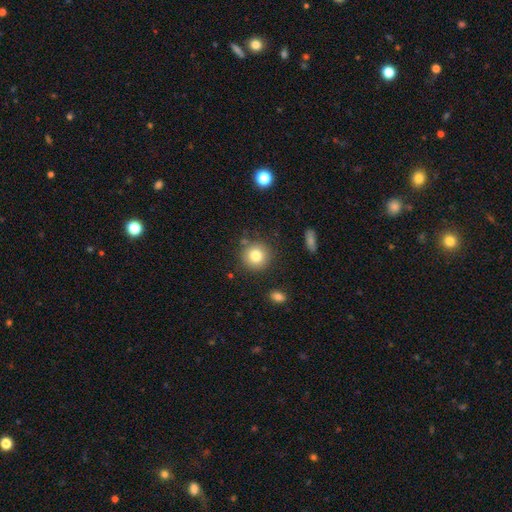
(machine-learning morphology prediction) smooth_or_featured: smooth (p=0.81) [alt: star or artifact p=0.10]
how_rounded: round (p=0.93) [alt: in between p=0.06]
merging: none (p=0.84) [alt: minor disturbance p=0.09]